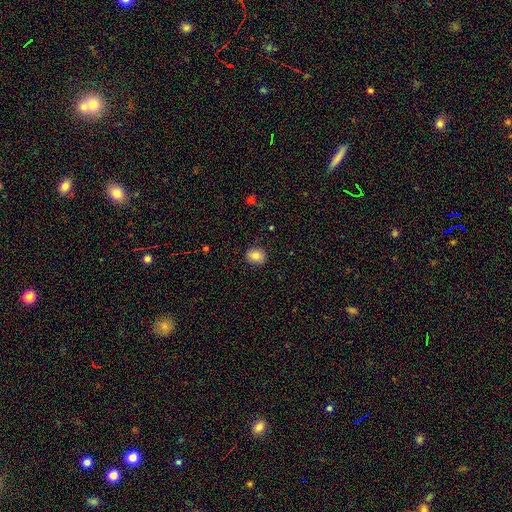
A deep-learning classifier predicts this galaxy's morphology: Smooth or featured: smooth — 83% (star or artifact — 9%)
How rounded: round — 63% (in between — 36%)
Merging: none — 88% (minor disturbance — 9%)